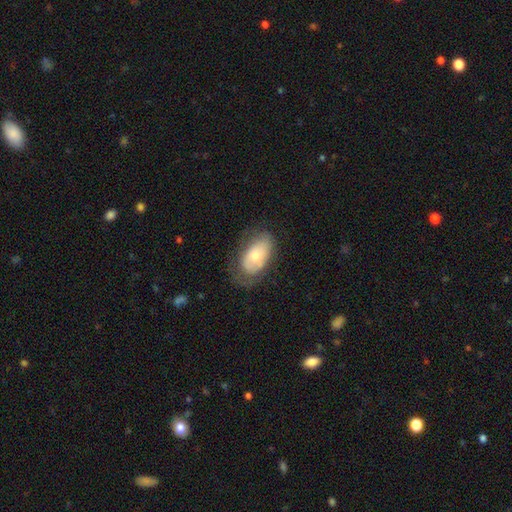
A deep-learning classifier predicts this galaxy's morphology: Q: Smooth or featured?
A: smooth (61%); runner-up: featured or disk (32%)
Q: How rounded?
A: in between (93%); runner-up: round (5%)
Q: Merging?
A: none (57%); runner-up: minor disturbance (27%)